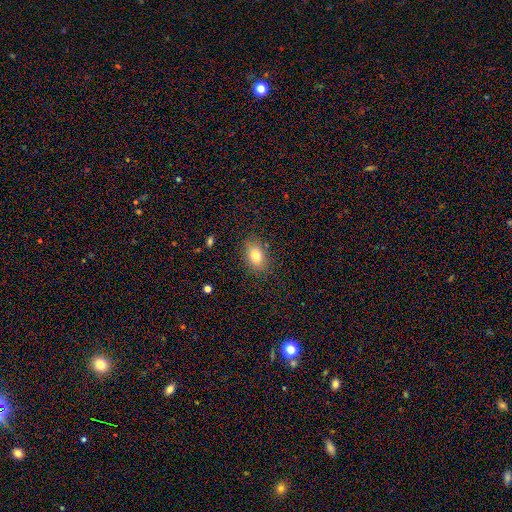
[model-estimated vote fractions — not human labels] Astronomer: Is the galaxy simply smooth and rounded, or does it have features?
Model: smooth — 77%.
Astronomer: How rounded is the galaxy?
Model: in between — 79%.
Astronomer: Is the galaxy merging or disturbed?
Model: none — 85%.